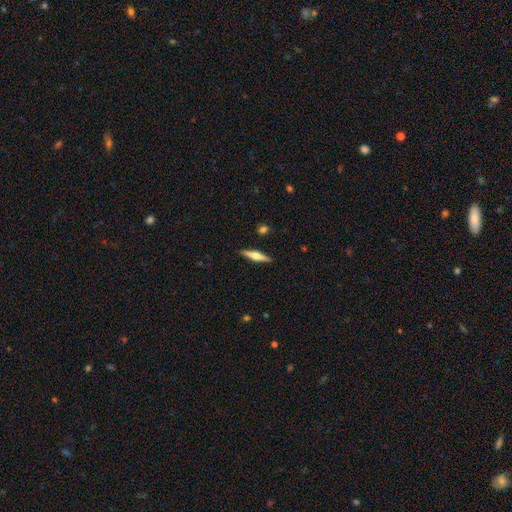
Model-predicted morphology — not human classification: The model was most divided on "smooth or featured": featured or disk: 61%, smooth: 33%, star or artifact: 6%. More confident: edge-on disk — yes (97%); merging — none (91%); edge-on bulge — rounded (88%).